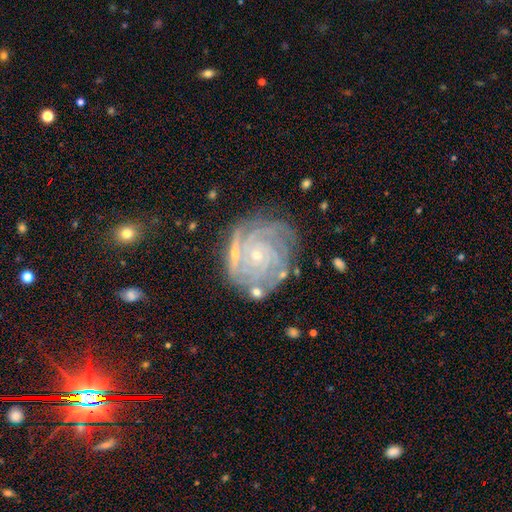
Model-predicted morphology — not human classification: This is clearly a featured or disk galaxy (87%). It is clearly not viewed edge-on (97%). Bar: likely no (76%). Spiral arm pattern: clearly yes (98%). Spiral arm count: marginally 4 (31%). Spiral winding: clearly tight (81%). Central bulge: clearly small (82%). Merging: likely none (71%).